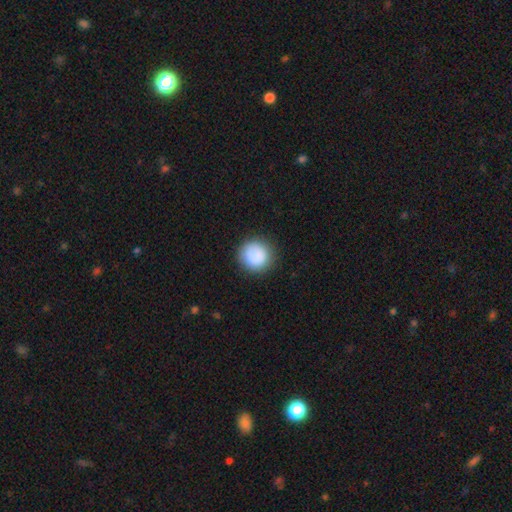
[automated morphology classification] Smooth or featured: smooth — 85% (star or artifact — 8%)
How rounded: round — 92% (in between — 7%)
Merging: none — 85% (minor disturbance — 10%)